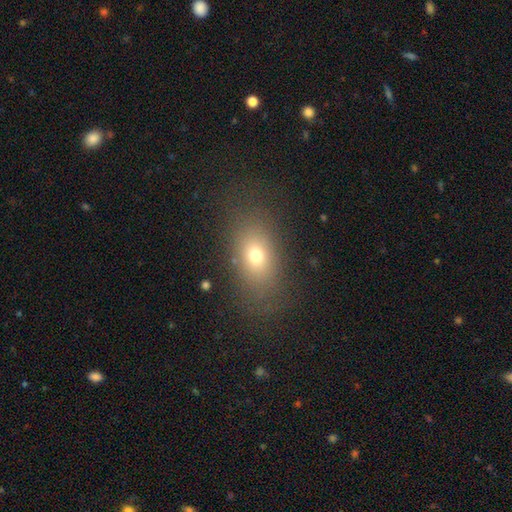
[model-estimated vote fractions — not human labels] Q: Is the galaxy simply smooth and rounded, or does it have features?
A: smooth — 69%.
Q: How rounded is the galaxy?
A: in between — 76%.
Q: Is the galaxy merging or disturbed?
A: none — 78%.